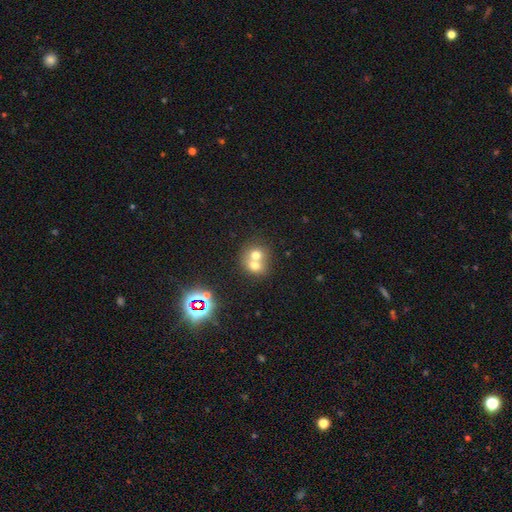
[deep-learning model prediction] smooth_or_featured: smooth (p=0.65) [alt: featured or disk p=0.21]
how_rounded: round (p=0.75) [alt: in between p=0.24]
merging: merger (p=0.68) [alt: none p=0.25]